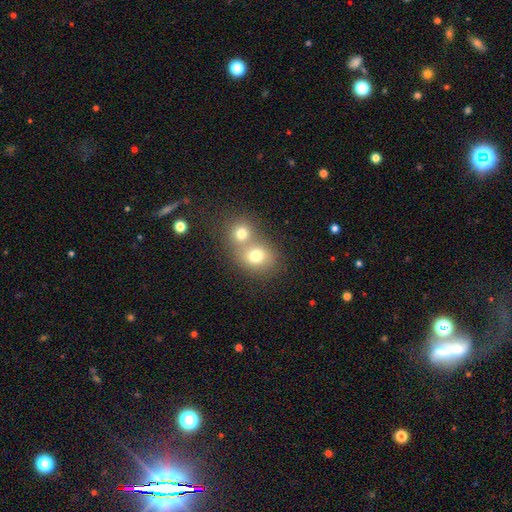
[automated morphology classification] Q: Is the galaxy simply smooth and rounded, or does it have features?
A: smooth — 74%.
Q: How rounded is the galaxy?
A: round — 69%.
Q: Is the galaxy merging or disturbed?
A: merger — 57%.